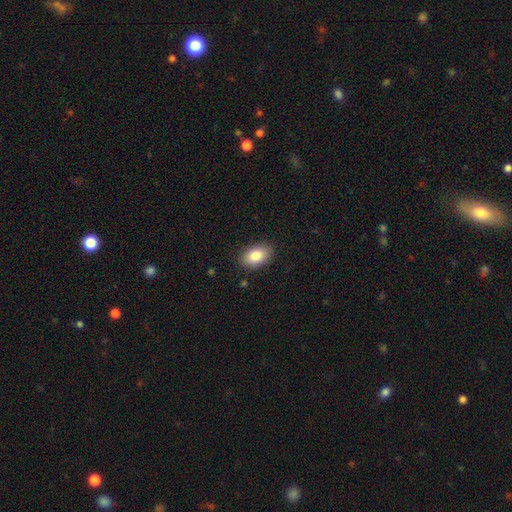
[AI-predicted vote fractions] This appears to be a smooth galaxy with no disk features (85%) that is in between round and cigar-shaped (90%). Merging: none (88%).